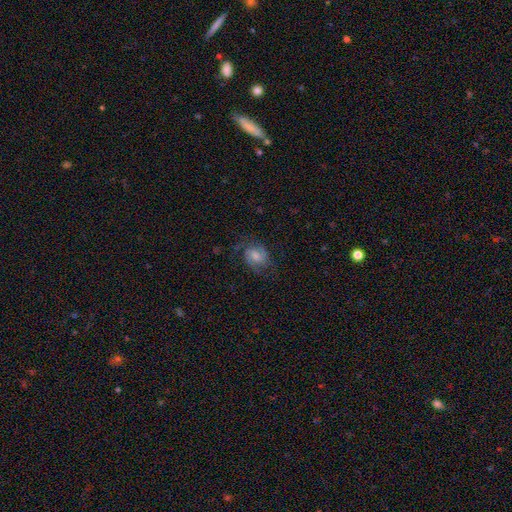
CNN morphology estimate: Smooth or featured: featured or disk — 58% (smooth — 33%)
Edge-on disk: no — 97% (yes — 3%)
Bar: weak — 47% (no — 43%)
Spiral arms: yes — 89% (no — 11%)
Spiral winding: medium — 50% (tight — 27%)
Spiral arm count: 2 — 82% (can't tell — 10%)
Bulge size: moderate — 45% (small — 31%)
Merging: none — 65% (minor disturbance — 21%)